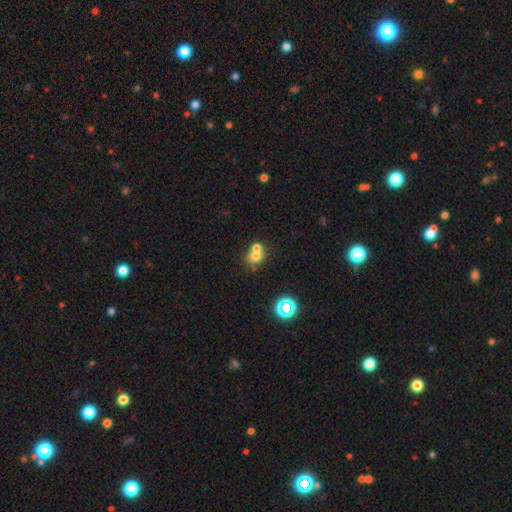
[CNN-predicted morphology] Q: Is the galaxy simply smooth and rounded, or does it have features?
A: smooth — 69%.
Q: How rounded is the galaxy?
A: round — 73%.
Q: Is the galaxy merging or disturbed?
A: merger — 53%.